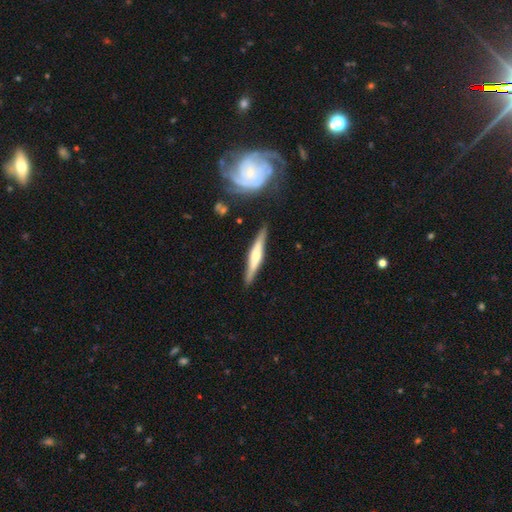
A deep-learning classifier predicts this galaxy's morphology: Q: Smooth or featured?
A: featured or disk (58%); runner-up: smooth (36%)
Q: Edge-on disk?
A: yes (95%); runner-up: no (5%)
Q: Edge-on bulge?
A: rounded (68%); runner-up: boxy (19%)
Q: Merging?
A: none (85%); runner-up: minor disturbance (10%)